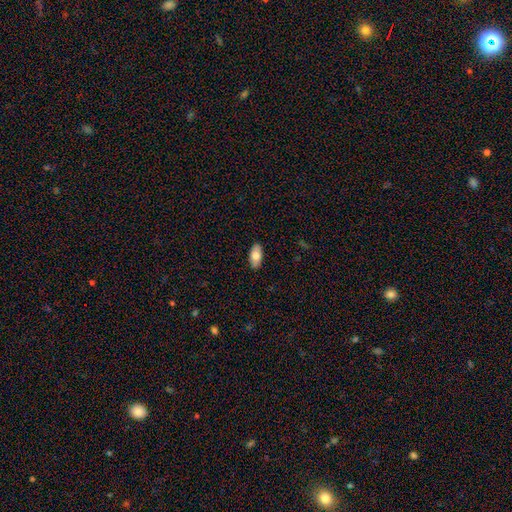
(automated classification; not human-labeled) The model was most divided on "smooth or featured": smooth: 76%, featured or disk: 18%, star or artifact: 6%. More confident: how rounded — in between (93%); merging — none (88%).